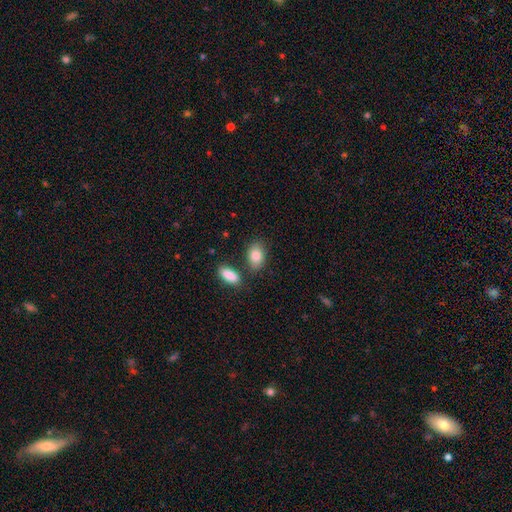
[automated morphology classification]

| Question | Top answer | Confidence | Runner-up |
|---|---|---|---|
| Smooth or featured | smooth | 86% | featured or disk (7%) |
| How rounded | in between | 88% | round (10%) |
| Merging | none | 71% | minor disturbance (14%) |